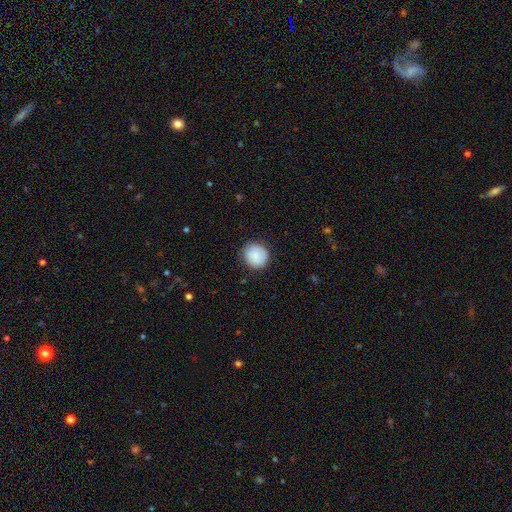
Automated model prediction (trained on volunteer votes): Morphology: type=smooth (82%); roundness=round (90%); merging=none (85%).